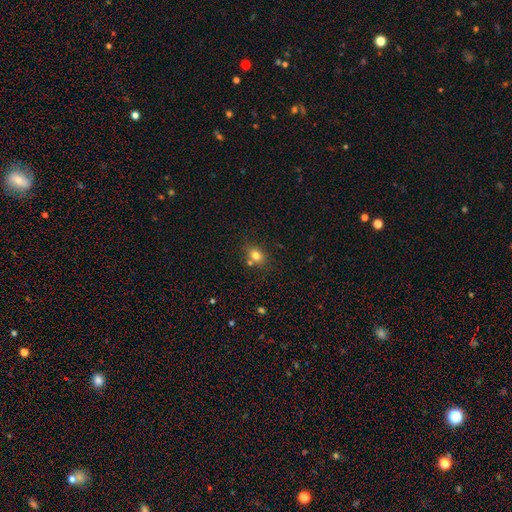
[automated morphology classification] Q: Smooth or featured?
A: smooth (78%); runner-up: star or artifact (13%)
Q: How rounded?
A: round (55%); runner-up: in between (44%)
Q: Merging?
A: none (65%); runner-up: merger (17%)